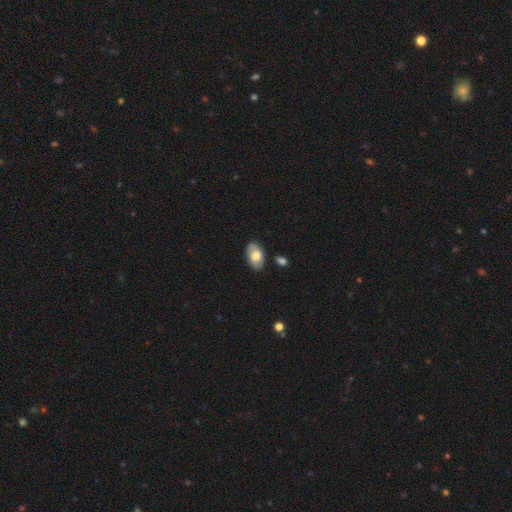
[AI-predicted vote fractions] smooth-or-featured: smooth: 66% | featured or disk: 28% | star or artifact: 6%
  how-rounded: in between: 94% | round: 5% | cigar-shaped: 2%
  merging: none: 82% | minor disturbance: 13% | merger: 3% | major disturbance: 2%